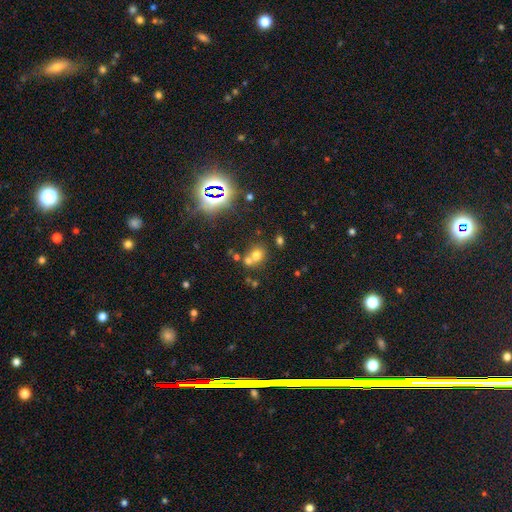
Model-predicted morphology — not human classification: Overall: smooth (64%). How rounded: round (66%; in between 33%). Merging: merger (45%; none 43%).